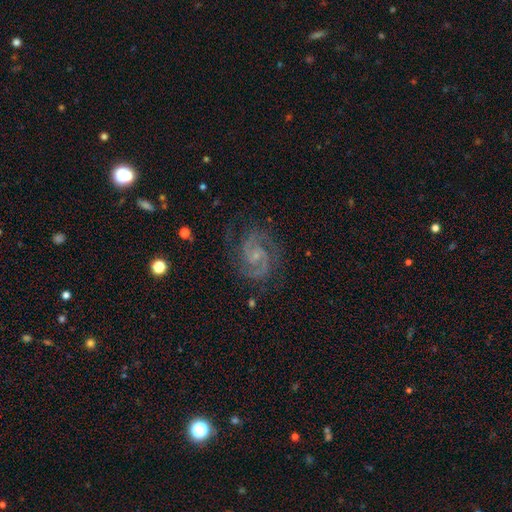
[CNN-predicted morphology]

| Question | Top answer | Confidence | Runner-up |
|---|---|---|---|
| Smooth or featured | featured or disk | 91% | star or artifact (6%) |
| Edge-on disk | no | 98% | yes (2%) |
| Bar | no | 50% | weak (41%) |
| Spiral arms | yes | 98% | no (2%) |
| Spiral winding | medium | 54% | tight (37%) |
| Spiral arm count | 2 | 88% | 3 (5%) |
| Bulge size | small | 69% | moderate (16%) |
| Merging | none | 79% | minor disturbance (14%) |